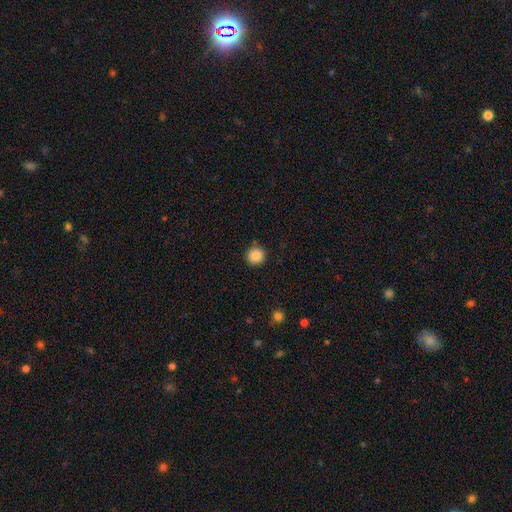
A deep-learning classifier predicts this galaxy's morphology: Q: Smooth or featured?
A: smooth (88%); runner-up: star or artifact (10%)
Q: How rounded?
A: round (93%); runner-up: in between (6%)
Q: Merging?
A: none (89%); runner-up: minor disturbance (7%)